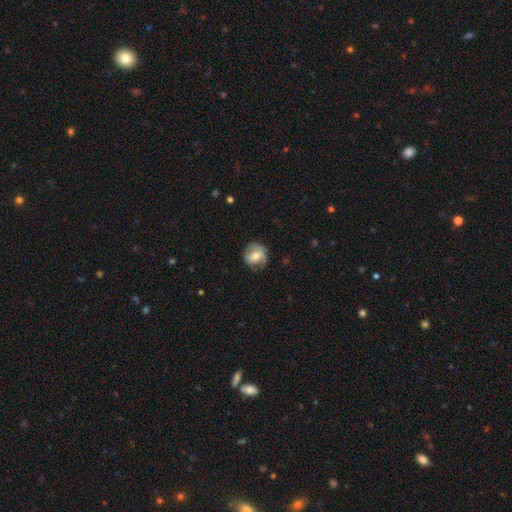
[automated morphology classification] The model was most divided on "smooth or featured": smooth: 59%, featured or disk: 33%, star or artifact: 8%. More confident: how rounded — round (82%); merging — none (67%).